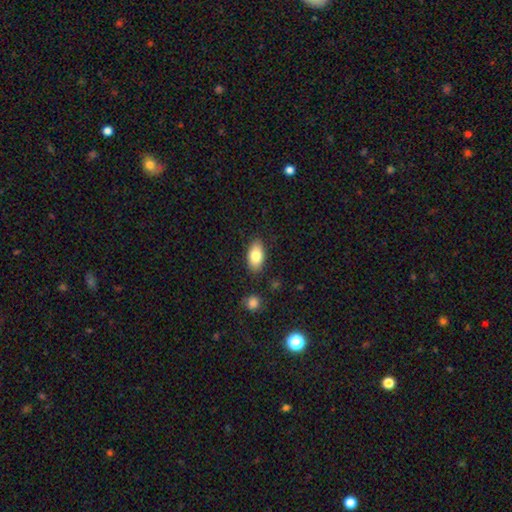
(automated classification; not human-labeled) This is likely a smooth galaxy (80%). How rounded: clearly in between (92%). Merging: clearly none (85%).